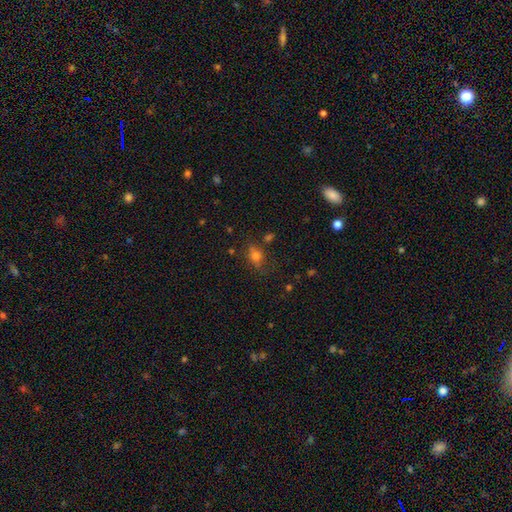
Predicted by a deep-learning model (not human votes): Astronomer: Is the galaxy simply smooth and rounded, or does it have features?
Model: smooth — 72%.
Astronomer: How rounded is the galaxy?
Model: in between — 52% (runner-up: round, 46%).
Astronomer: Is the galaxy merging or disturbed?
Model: none — 68%.